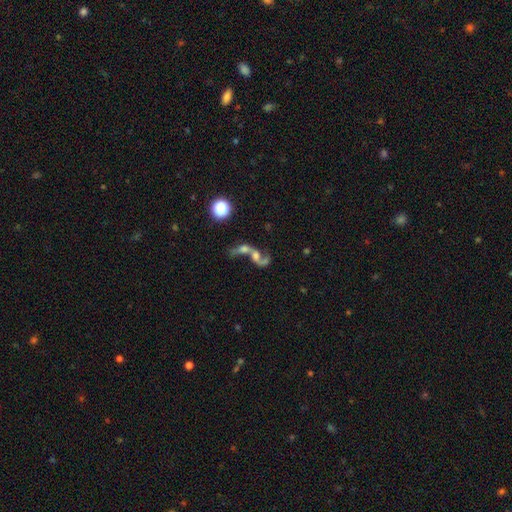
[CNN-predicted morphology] smooth_or_featured: smooth (p=0.37) [alt: star or artifact p=0.32]
merging: merger (p=0.40) [alt: none p=0.37]